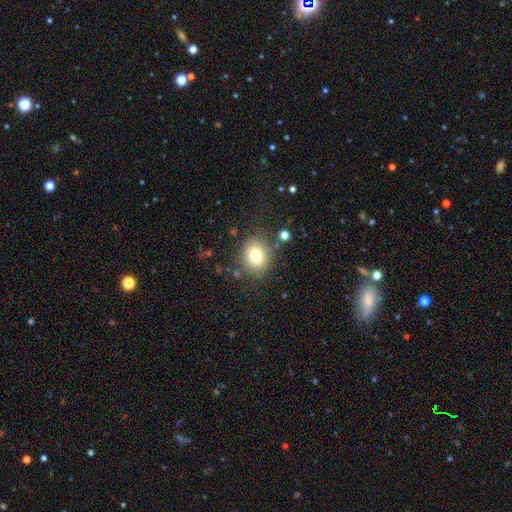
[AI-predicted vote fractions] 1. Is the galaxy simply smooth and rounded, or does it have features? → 78% smooth, 11% star or artifact, 11% featured or disk.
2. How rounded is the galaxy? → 62% round, 37% in between, 1% cigar-shaped.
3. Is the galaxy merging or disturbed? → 80% none, 12% minor disturbance, 5% major disturbance, 3% merger.